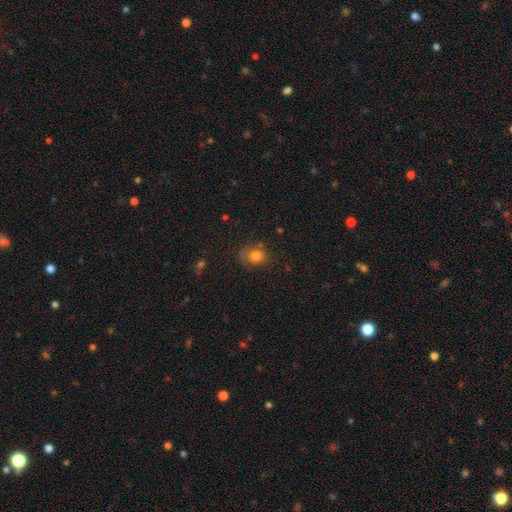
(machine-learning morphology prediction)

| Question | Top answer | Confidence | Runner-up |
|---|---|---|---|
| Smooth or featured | smooth | 78% | star or artifact (12%) |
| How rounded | round | 58% | in between (41%) |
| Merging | none | 63% | minor disturbance (25%) |